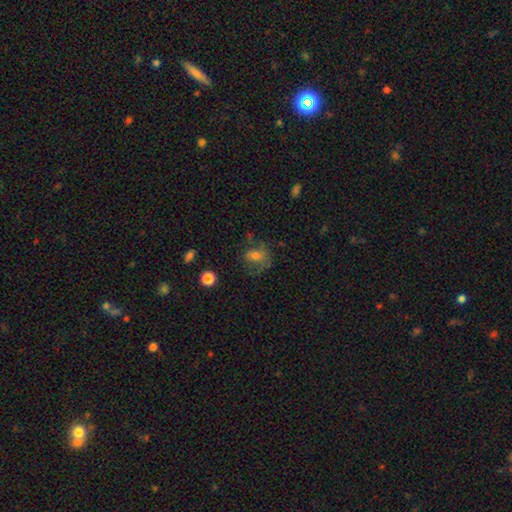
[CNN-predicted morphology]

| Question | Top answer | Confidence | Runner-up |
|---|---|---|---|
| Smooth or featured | smooth | 58% | featured or disk (28%) |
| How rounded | in between | 54% | round (45%) |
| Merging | none | 46% | major disturbance (27%) |